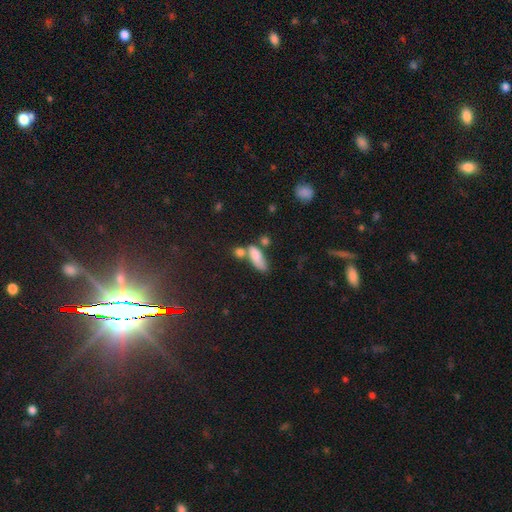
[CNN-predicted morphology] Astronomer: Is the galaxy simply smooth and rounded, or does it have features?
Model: smooth — 77%.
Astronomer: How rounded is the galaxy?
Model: in between — 67%.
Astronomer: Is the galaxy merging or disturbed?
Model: merger — 35% (runner-up: none, 34%).